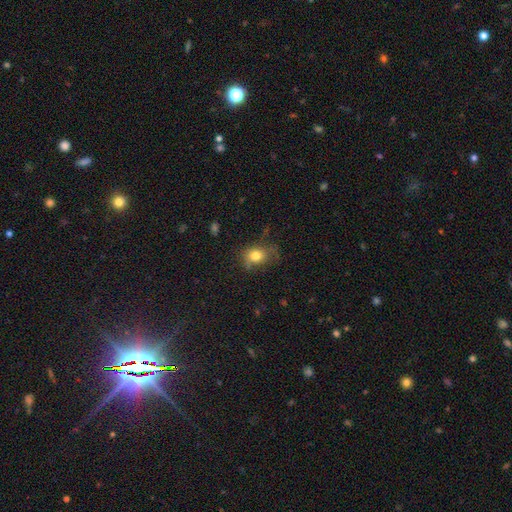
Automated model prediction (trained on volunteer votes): The model was most divided on "how rounded": in between: 52%, round: 47%, cigar-shaped: 1%. More confident: smooth or featured — smooth (76%); merging — none (52%).